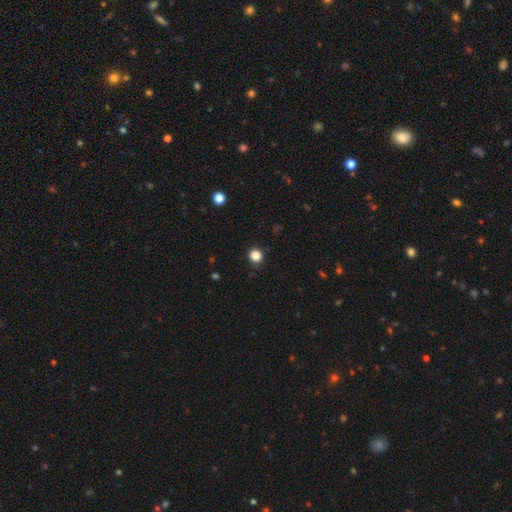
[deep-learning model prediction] Smooth or featured? smooth (85%)
How rounded? round (92%)
Merging? none (89%)